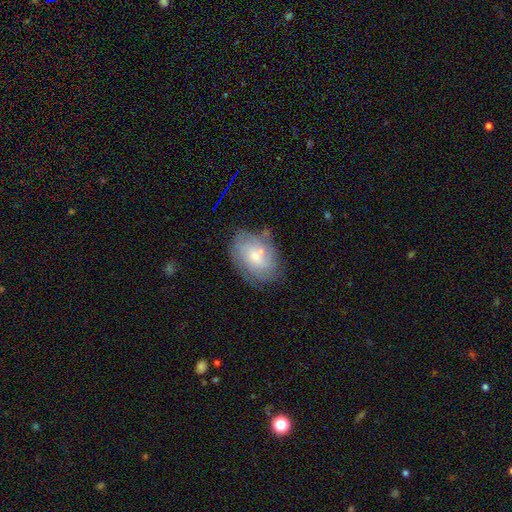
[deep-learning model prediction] The model was most divided on "smooth or featured": featured or disk: 61%, smooth: 30%, star or artifact: 9%. More confident: edge-on disk — no (96%); spiral arms — yes (82%); bar — no (68%); bulge size — small (66%); merging — none (66%).